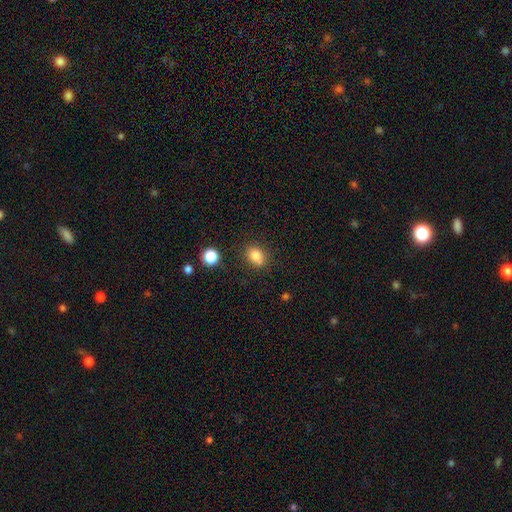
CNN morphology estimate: type=smooth (80%); roundness=in between (52%); merging=none (67%).